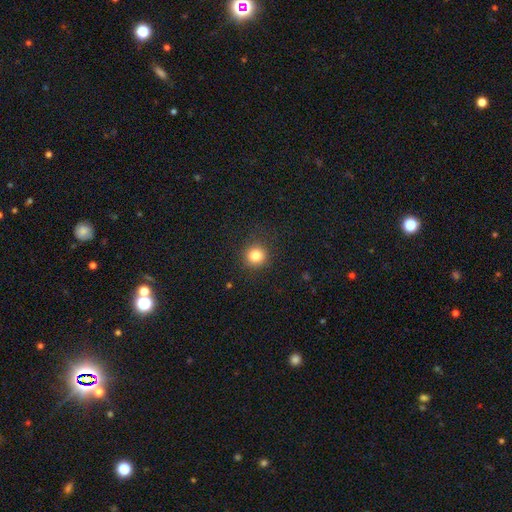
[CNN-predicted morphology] Smooth or featured: smooth — 83% (star or artifact — 12%)
How rounded: round — 94% (in between — 5%)
Merging: none — 90% (minor disturbance — 6%)